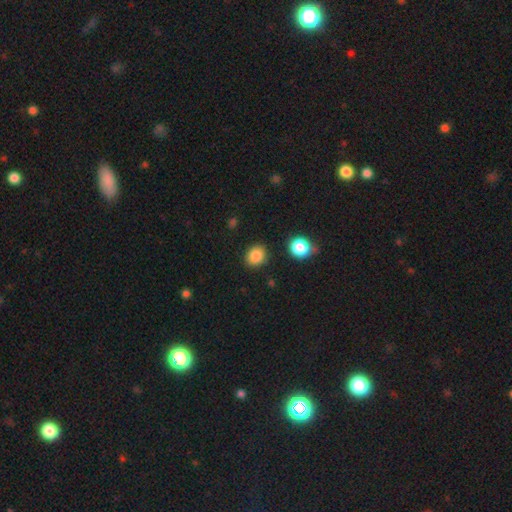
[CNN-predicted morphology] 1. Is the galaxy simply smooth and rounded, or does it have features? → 85% smooth, 11% star or artifact, 4% featured or disk.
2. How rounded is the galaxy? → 66% round, 33% in between, 1% cigar-shaped.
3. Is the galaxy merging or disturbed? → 86% none, 9% minor disturbance, 3% merger, 3% major disturbance.